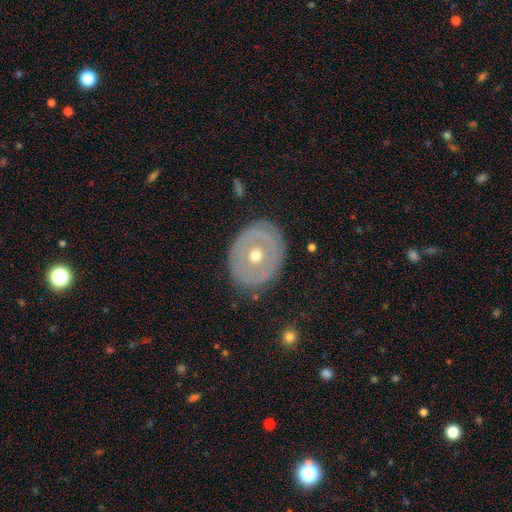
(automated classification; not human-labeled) featured or disk 63%, smooth 31%, star or artifact 7%. Down the decision tree: edge-on disk — no (94%); bar — no (90%); spiral arms — no (76%); bulge size — moderate (66%); merging — none (81%).